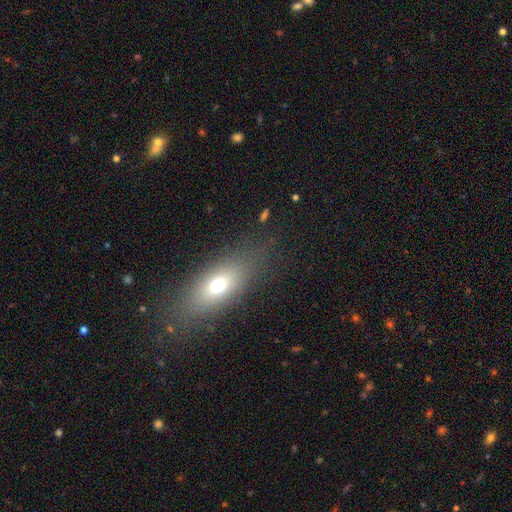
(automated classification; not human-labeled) A smooth galaxy with no disk features (63%) that is in between round and cigar-shaped (62%).

Vote fractions:
- Smooth or featured? smooth: 63% / featured or disk: 23% / star or artifact: 15%
- How rounded? in between: 62% / cigar-shaped: 31% / round: 7%
- Merging? none: 84% / minor disturbance: 10% / major disturbance: 4% / merger: 1%